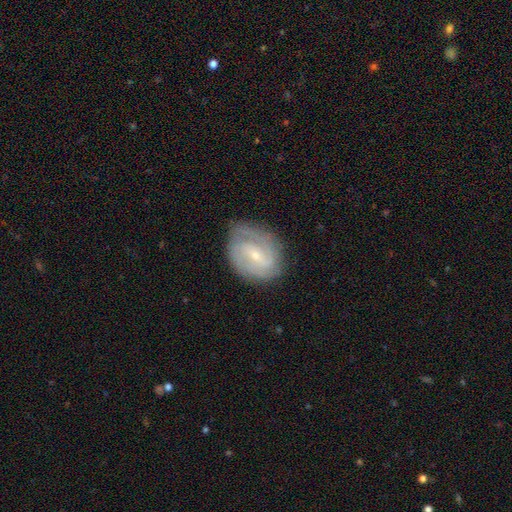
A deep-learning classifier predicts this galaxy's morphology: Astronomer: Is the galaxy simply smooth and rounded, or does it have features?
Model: featured or disk — 79%.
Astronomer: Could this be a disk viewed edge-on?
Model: no — 97%.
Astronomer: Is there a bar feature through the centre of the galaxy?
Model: weak — 52%.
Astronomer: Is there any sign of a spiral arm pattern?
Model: yes — 92%.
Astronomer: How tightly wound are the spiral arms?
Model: tight — 49% (runner-up: medium, 39%).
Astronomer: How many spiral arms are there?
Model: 2 — 55%.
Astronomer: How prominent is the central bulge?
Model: small — 74%.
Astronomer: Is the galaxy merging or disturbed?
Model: none — 75%.